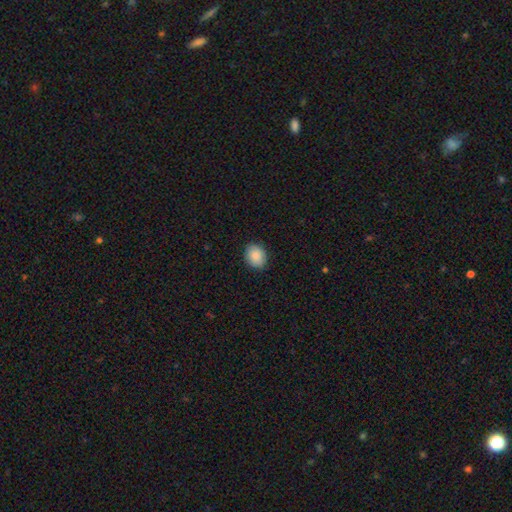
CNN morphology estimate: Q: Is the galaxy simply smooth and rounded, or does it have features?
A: smooth — 88%.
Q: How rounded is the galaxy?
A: round — 53%.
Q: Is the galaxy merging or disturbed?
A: none — 90%.